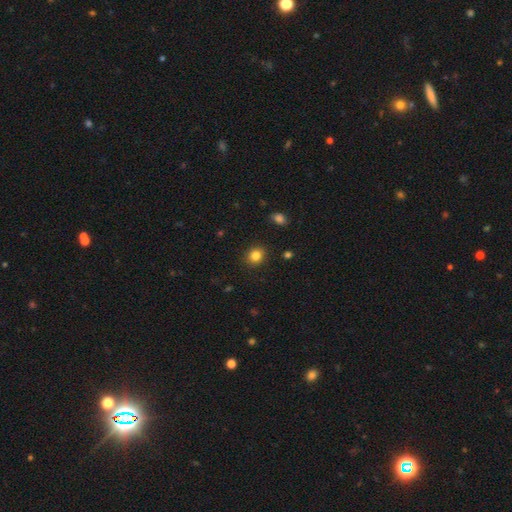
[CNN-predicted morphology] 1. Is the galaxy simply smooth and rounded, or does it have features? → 84% smooth, 11% star or artifact, 5% featured or disk.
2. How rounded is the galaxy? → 73% round, 26% in between, 1% cigar-shaped.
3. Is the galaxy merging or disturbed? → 89% none, 7% minor disturbance, 2% major disturbance, 1% merger.